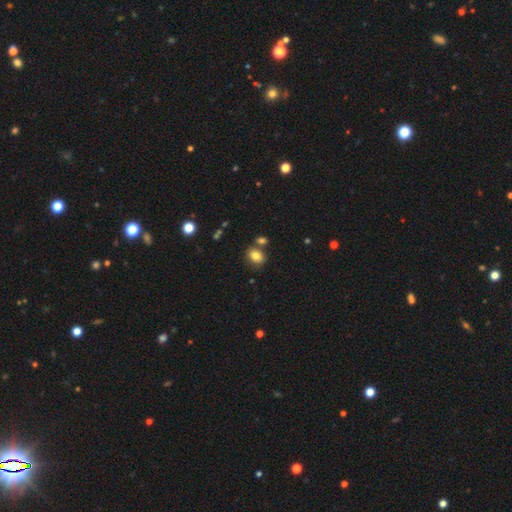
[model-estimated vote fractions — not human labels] Smooth or featured? smooth (82%)
How rounded? in between (62%)
Merging? none (69%)